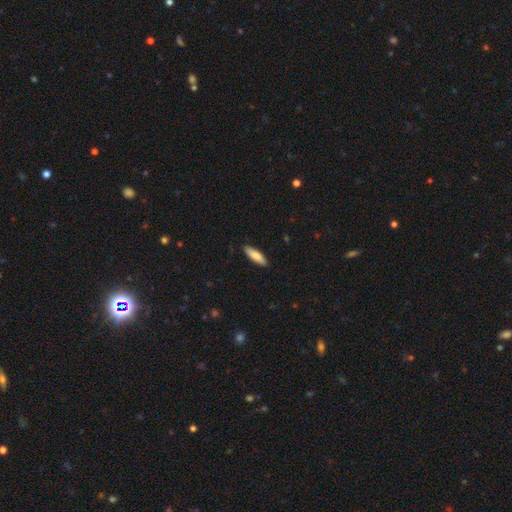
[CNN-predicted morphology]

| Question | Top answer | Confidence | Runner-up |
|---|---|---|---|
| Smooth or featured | smooth | 80% | featured or disk (15%) |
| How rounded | cigar-shaped | 59% | in between (39%) |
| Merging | none | 89% | minor disturbance (8%) |